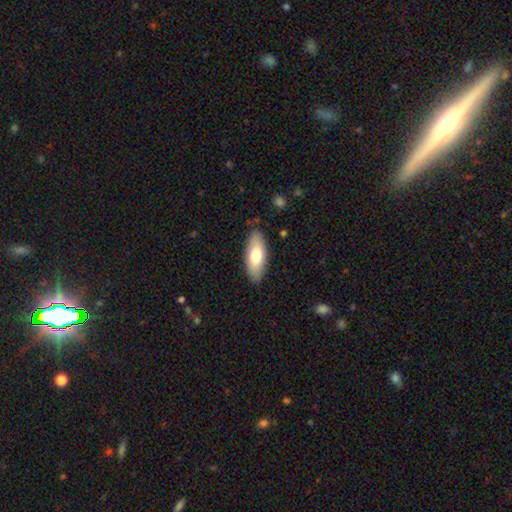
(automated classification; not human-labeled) Smooth or featured? smooth (72%)
How rounded? in between (79%)
Merging? none (86%)